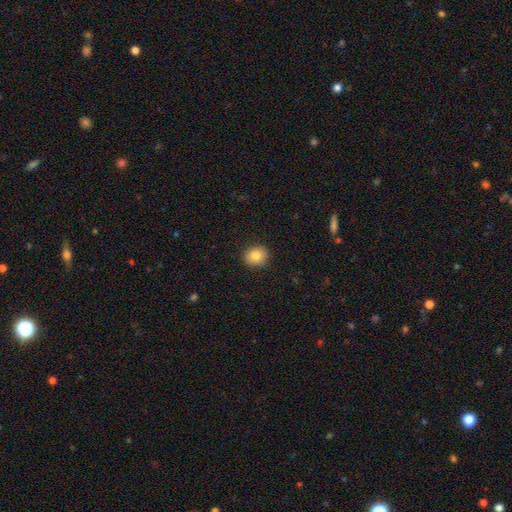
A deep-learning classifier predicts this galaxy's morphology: A smooth galaxy with no disk features (84%) that is round (75%). Merging: none (90%).